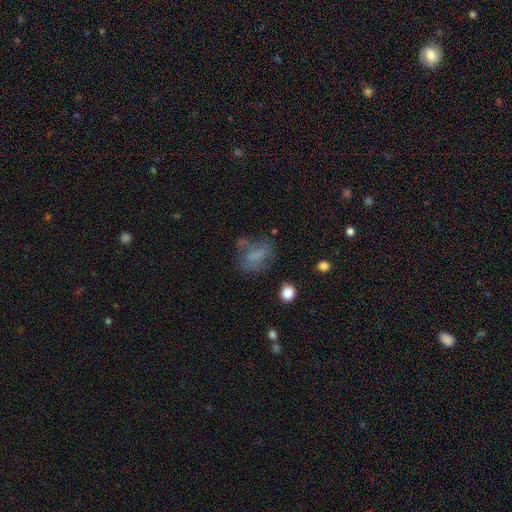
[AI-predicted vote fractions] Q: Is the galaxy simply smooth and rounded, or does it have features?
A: smooth — 64%.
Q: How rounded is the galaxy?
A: in between — 73%.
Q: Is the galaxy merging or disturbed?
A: none — 51%.